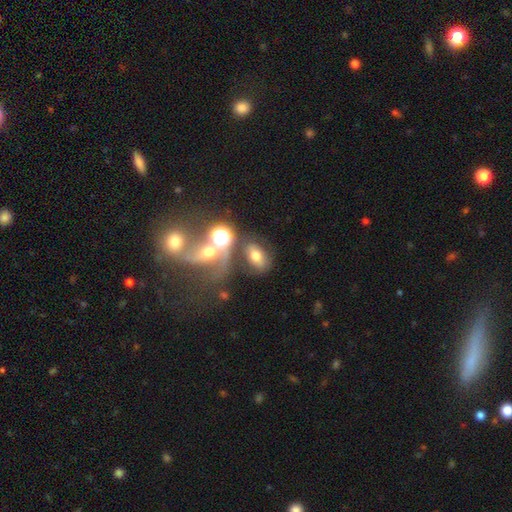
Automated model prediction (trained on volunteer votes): Smooth or featured: smooth — 60% (featured or disk — 24%)
How rounded: in between — 79% (round — 19%)
Merging: none — 57% (merger — 19%)